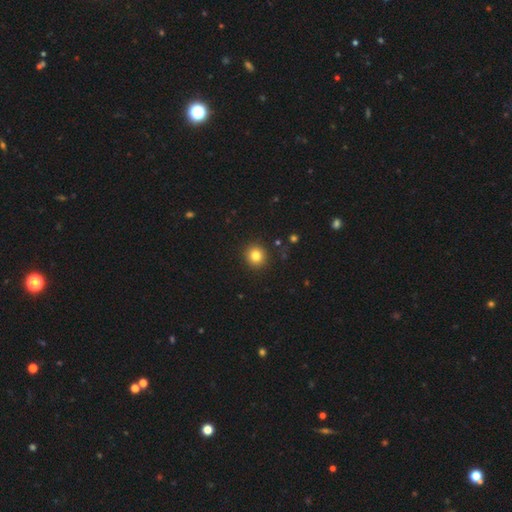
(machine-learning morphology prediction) smooth-or-featured: smooth: 82% | star or artifact: 12% | featured or disk: 6%
  how-rounded: round: 91% | in between: 9% | cigar-shaped: 1%
  merging: none: 92% | minor disturbance: 5% | major disturbance: 2% | merger: 1%